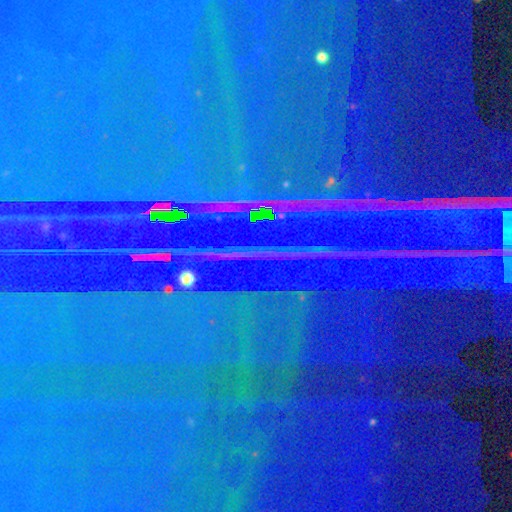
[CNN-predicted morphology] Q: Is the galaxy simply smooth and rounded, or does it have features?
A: star or artifact — 88%.